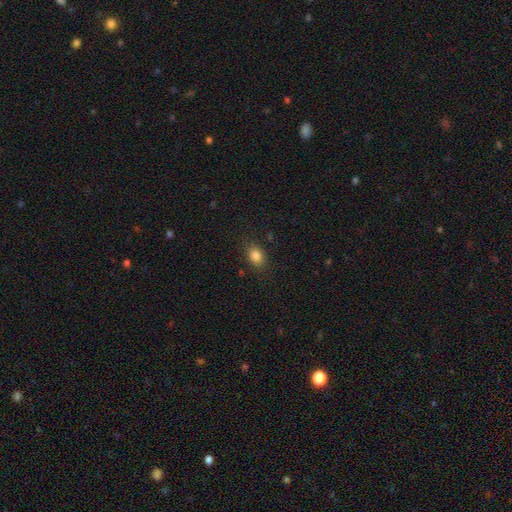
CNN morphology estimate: type=smooth (83%); roundness=in between (70%); merging=none (84%).